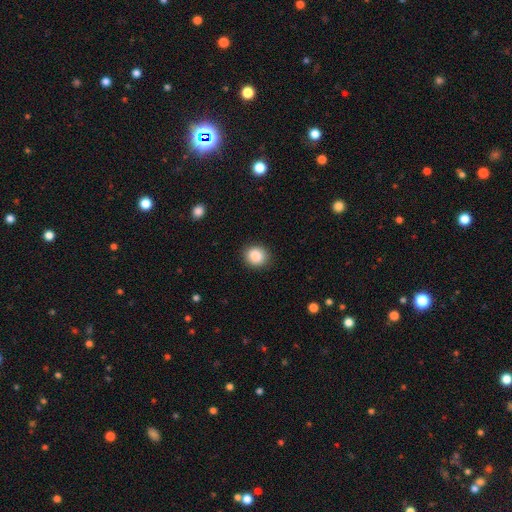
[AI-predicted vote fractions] smooth_or_featured: smooth (p=0.87) [alt: star or artifact p=0.09]
how_rounded: round (p=0.78) [alt: in between p=0.21]
merging: none (p=0.90) [alt: minor disturbance p=0.07]